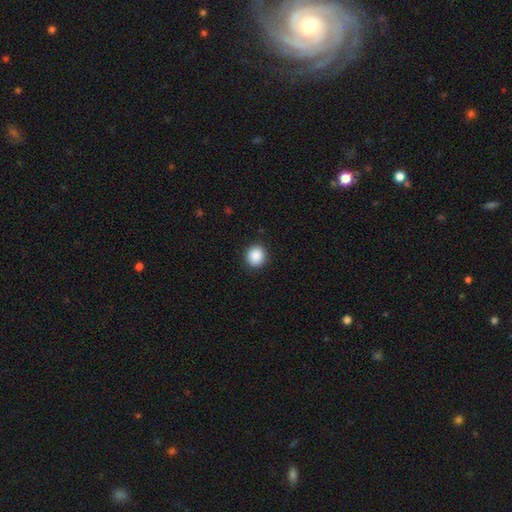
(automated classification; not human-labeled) The model was most divided on "how rounded": round: 88%, in between: 11%, cigar-shaped: 1%. More confident: merging — none (91%); smooth or featured — smooth (89%).